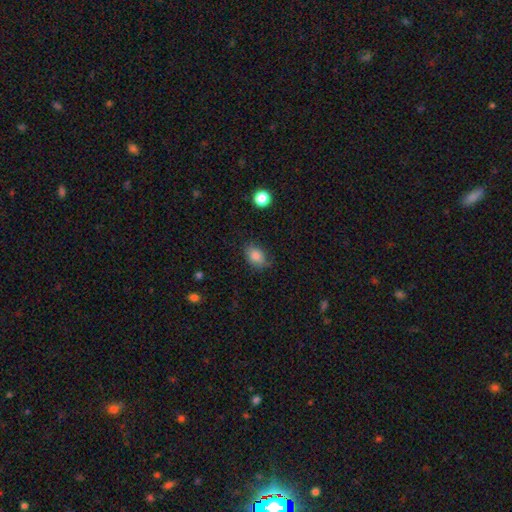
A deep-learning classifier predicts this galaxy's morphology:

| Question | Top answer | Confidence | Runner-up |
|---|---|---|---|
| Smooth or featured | smooth | 84% | star or artifact (10%) |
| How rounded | in between | 74% | round (25%) |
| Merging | none | 72% | minor disturbance (22%) |